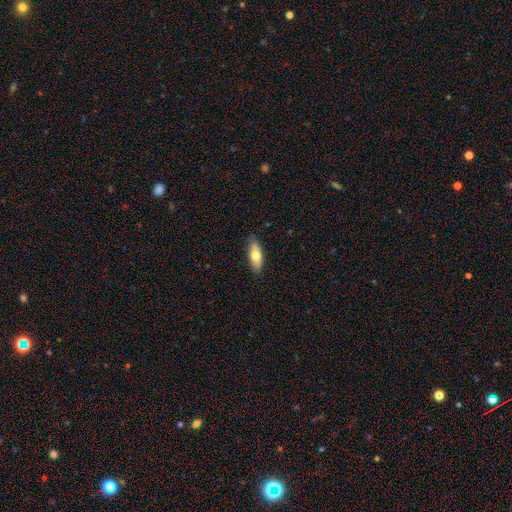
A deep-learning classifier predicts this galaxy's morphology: smooth_or_featured: smooth (p=0.68) [alt: featured or disk p=0.26]
how_rounded: in between (p=0.64) [alt: cigar-shaped p=0.34]
merging: none (p=0.86) [alt: minor disturbance p=0.11]